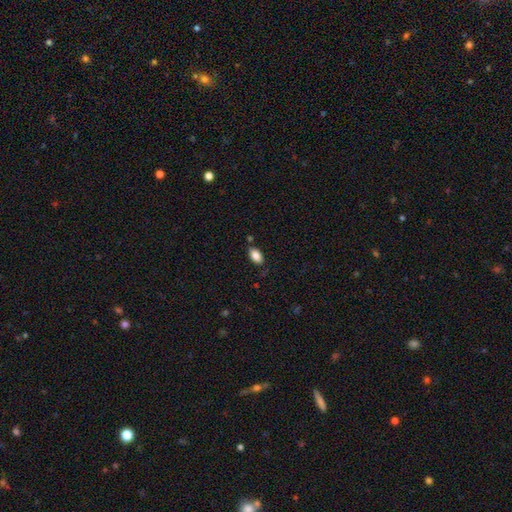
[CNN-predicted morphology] This is clearly a smooth galaxy (85%). How rounded: clearly in between (93%). Merging: clearly none (81%).